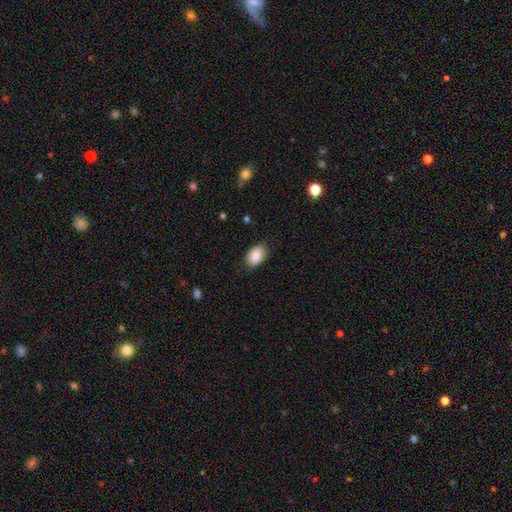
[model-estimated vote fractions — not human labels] Smooth or featured? Predicted: smooth (p=0.85). How rounded? Predicted: in between (p=0.89). Merging? Predicted: none (p=0.83).